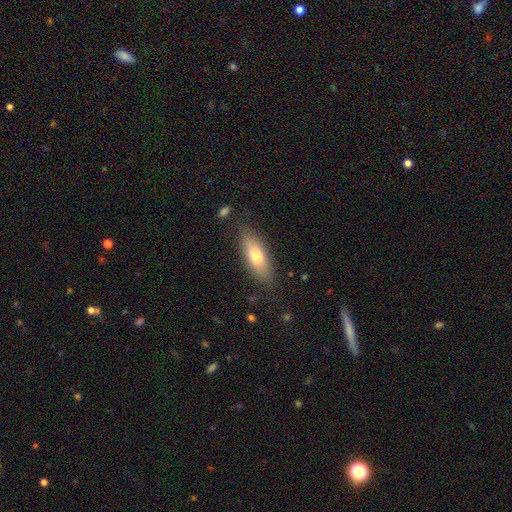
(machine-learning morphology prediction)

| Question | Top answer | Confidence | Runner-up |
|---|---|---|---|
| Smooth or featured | smooth | 72% | featured or disk (21%) |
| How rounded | in between | 64% | cigar-shaped (33%) |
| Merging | none | 81% | minor disturbance (14%) |